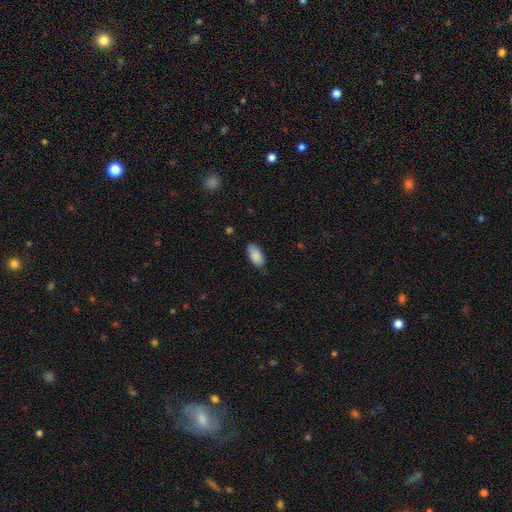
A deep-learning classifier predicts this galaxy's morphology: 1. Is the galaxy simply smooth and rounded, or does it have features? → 89% smooth, 6% star or artifact, 5% featured or disk.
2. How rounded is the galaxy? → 93% in between, 5% cigar-shaped, 2% round.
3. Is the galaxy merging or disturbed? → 77% none, 19% minor disturbance, 3% major disturbance, 1% merger.